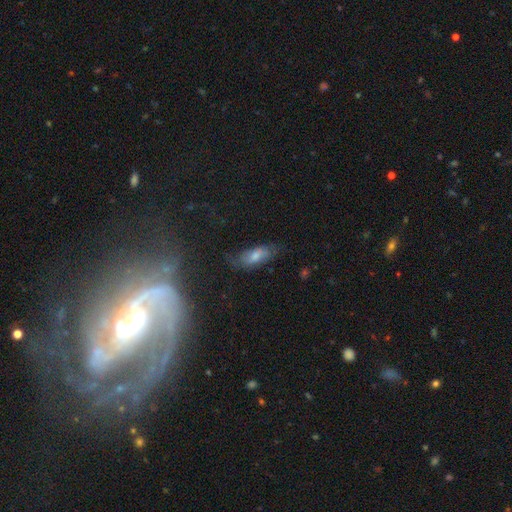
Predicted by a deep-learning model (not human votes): Smooth or featured? Predicted: smooth (p=0.62). How rounded? Predicted: in between (p=0.78). Merging? Predicted: none (p=0.58).